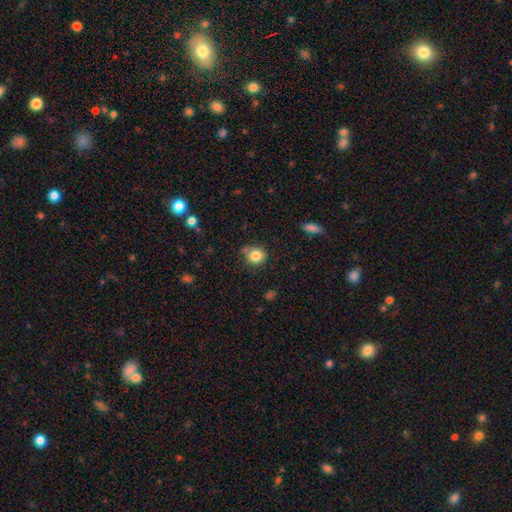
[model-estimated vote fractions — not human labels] smooth_or_featured: smooth (p=0.83) [alt: star or artifact p=0.10]
how_rounded: round (p=0.83) [alt: in between p=0.16]
merging: none (p=0.72) [alt: minor disturbance p=0.18]